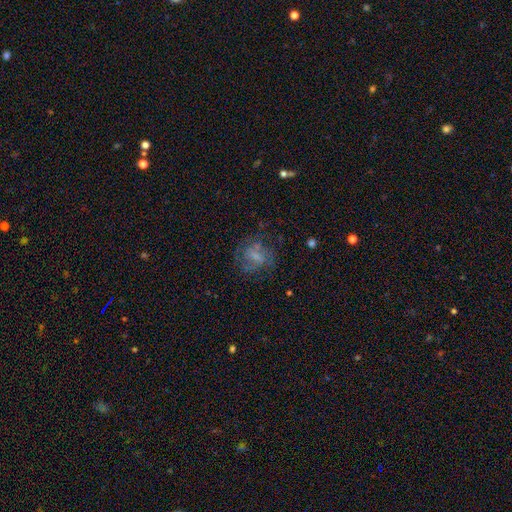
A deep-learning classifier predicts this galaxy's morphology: Q: Smooth or featured?
A: featured or disk (50%); runner-up: smooth (38%)
Q: Edge-on disk?
A: no (97%); runner-up: yes (3%)
Q: Merging?
A: none (58%); runner-up: minor disturbance (20%)